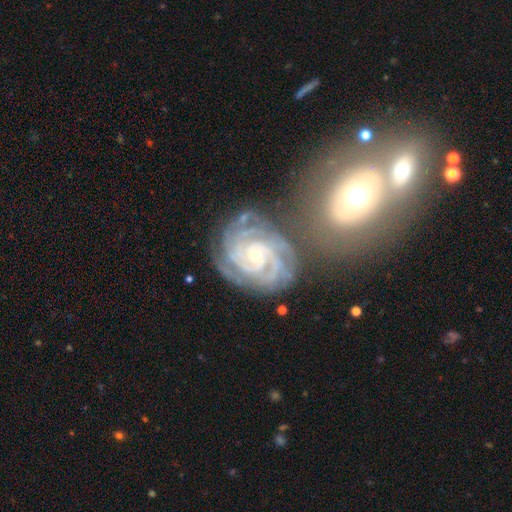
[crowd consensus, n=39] This appears to be a featured or disk galaxy (90%) with no bar (65%), 4 (30%) tight (76%) spiral arms (97%) and a small central bulge (76%). Merging: none (56%).